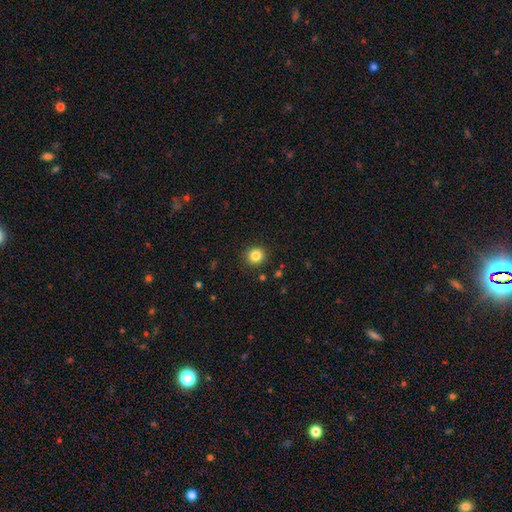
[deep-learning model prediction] Smooth or featured: smooth — 84% (star or artifact — 11%)
How rounded: round — 92% (in between — 7%)
Merging: none — 91% (minor disturbance — 6%)